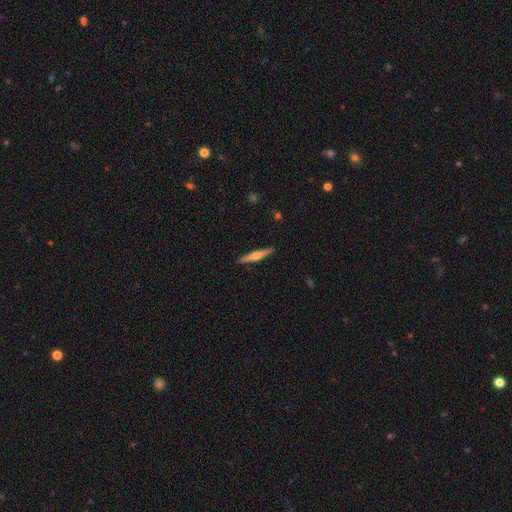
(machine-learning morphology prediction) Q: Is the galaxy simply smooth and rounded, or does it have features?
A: featured or disk — 48%.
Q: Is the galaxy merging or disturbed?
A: none — 90%.